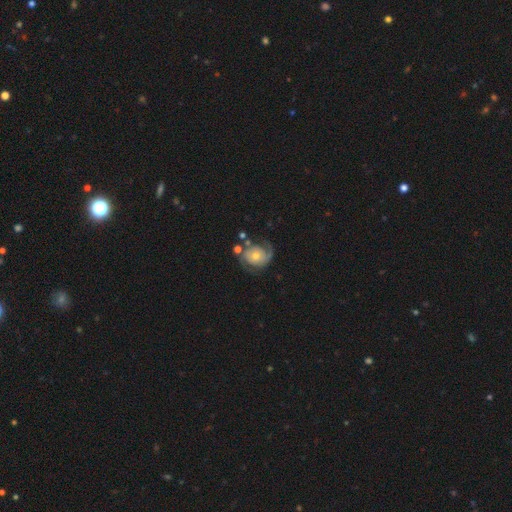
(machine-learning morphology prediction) The model was most divided on "spiral winding": medium: 40%, tight: 39%, loose: 21%. More confident: edge-on disk — no (98%); spiral arms — yes (92%); smooth or featured — featured or disk (77%); bar — no (73%); spiral arm count — 2 (68%); merging — none (56%); bulge size — moderate (55%).